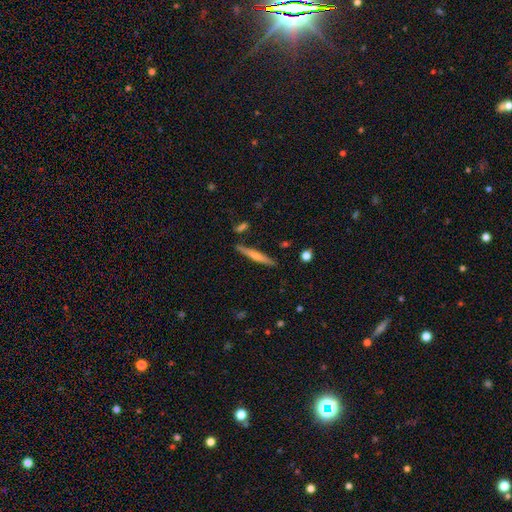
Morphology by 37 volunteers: smooth_or_featured: featured or disk (p=0.57) [alt: smooth p=0.35]
disk_edge_on: yes (p=1.00)
edge_on_bulge: rounded (p=0.48) [alt: none p=0.43]
merging: none (p=0.91) [alt: minor disturbance p=0.09]